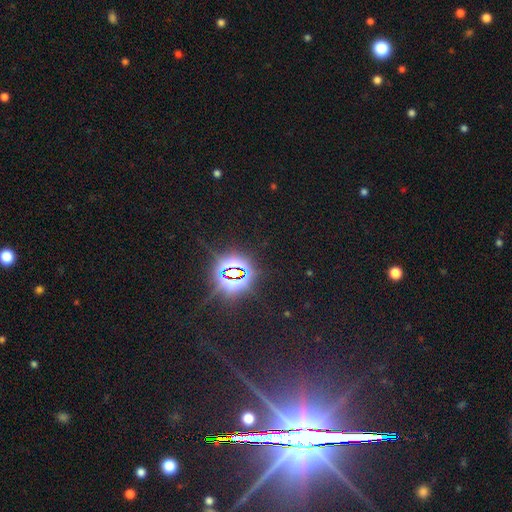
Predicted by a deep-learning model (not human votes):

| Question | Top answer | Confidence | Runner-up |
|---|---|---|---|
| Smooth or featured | star or artifact | 80% | featured or disk (10%) |